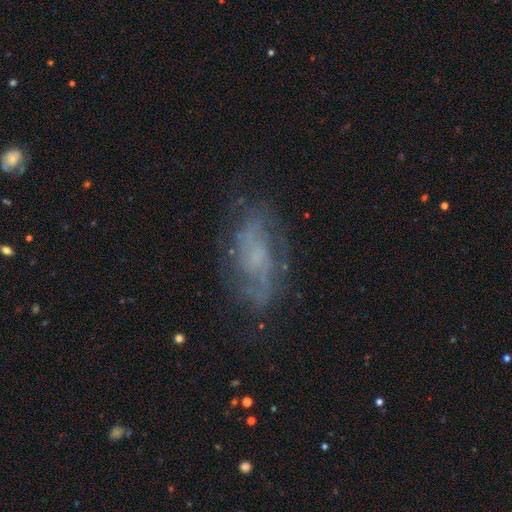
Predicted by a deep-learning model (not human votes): Q: Smooth or featured?
A: featured or disk (68%); runner-up: smooth (21%)
Q: Edge-on disk?
A: no (93%); runner-up: yes (7%)
Q: Bar?
A: no (69%); runner-up: weak (26%)
Q: Spiral arms?
A: yes (77%); runner-up: no (23%)
Q: Bulge size?
A: none (46%); runner-up: small (33%)
Q: Merging?
A: none (68%); runner-up: minor disturbance (19%)